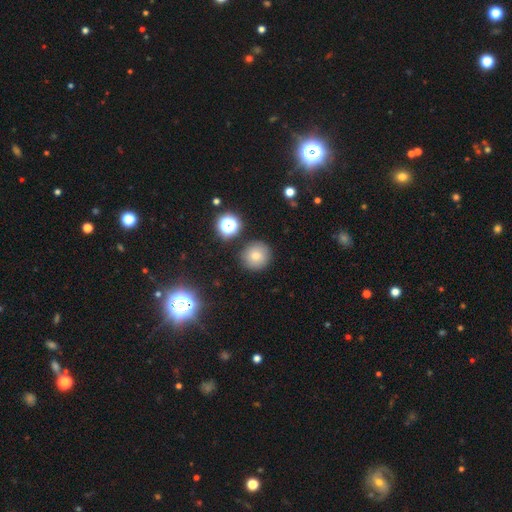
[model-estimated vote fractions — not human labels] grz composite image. It shows a smooth galaxy with no disk features (67%) that is round (93%). Merging: none (89%).